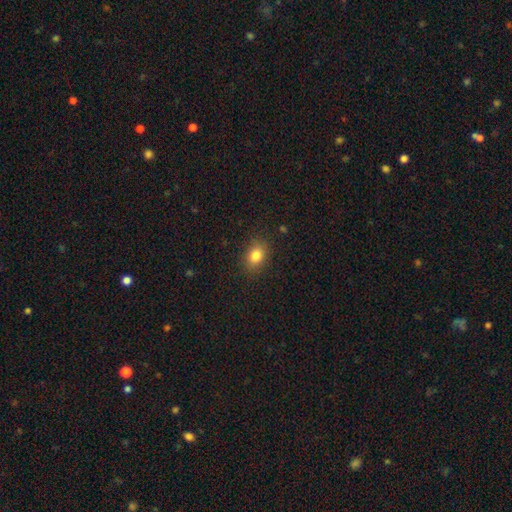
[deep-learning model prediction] smooth 82%, star or artifact 11%, featured or disk 7%. Down the decision tree: how rounded — in between (66%); merging — none (87%).